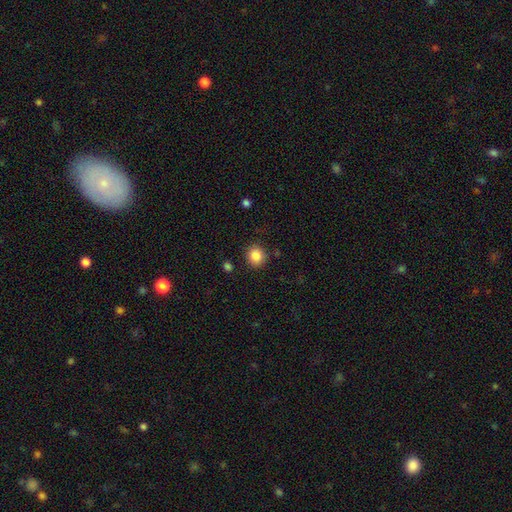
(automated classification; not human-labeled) Morphology: type=smooth (86%); roundness=round (84%); merging=none (87%).